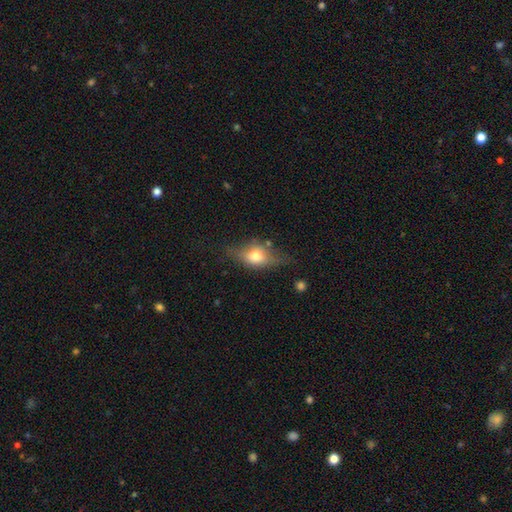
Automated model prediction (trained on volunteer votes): Smooth or featured? smooth (52%)
How rounded? in between (69%)
Merging? none (60%)